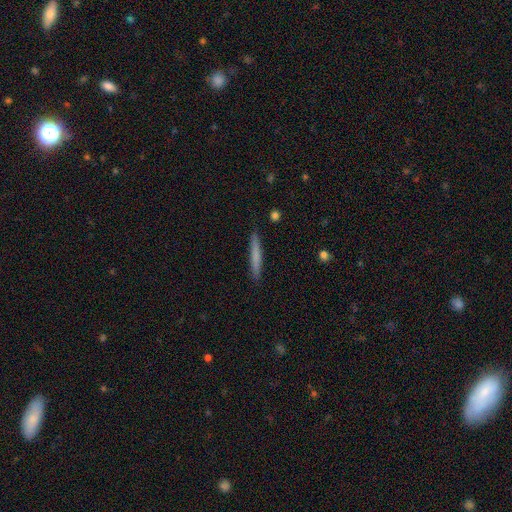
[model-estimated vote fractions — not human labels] smooth_or_featured: smooth (p=0.70) [alt: featured or disk p=0.25]
how_rounded: cigar-shaped (p=0.96) [alt: in between p=0.03]
merging: none (p=0.90) [alt: minor disturbance p=0.07]